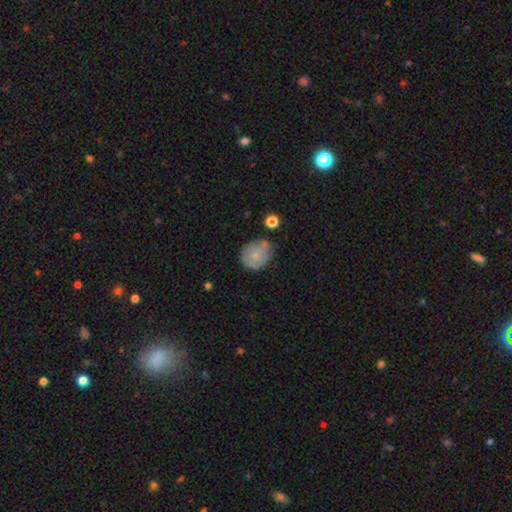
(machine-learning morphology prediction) Overall: smooth (65%; featured or disk 28%). How rounded: round (70%). Merging: none (62%; minor disturbance 25%).